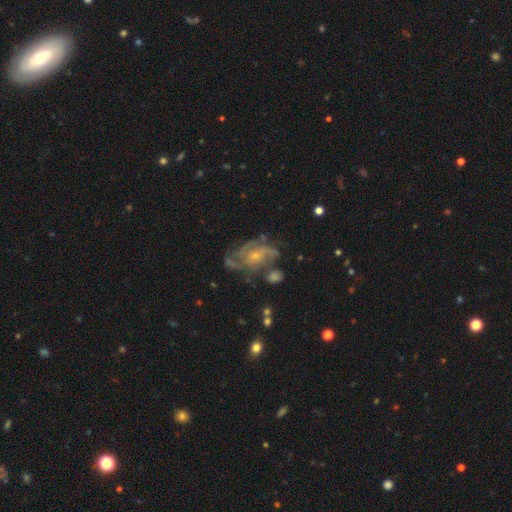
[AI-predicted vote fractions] A featured or disk galaxy (84%) with no bar (66%), 3 (30%) medium (44%) spiral arms (93%) and a small central bulge (72%). Merging: none (54%).